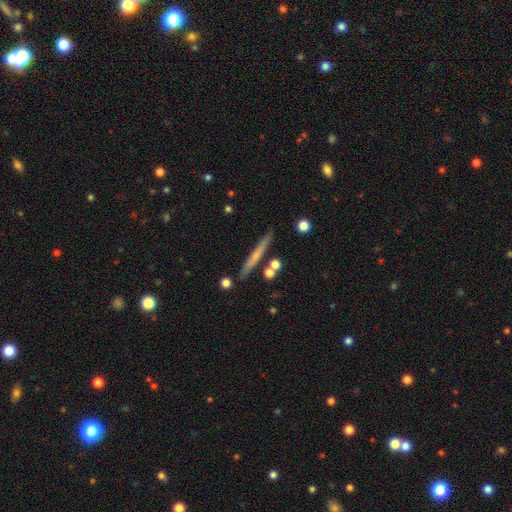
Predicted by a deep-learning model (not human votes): Morphology: type=smooth (53%); roundness=cigar-shaped (95%); merging=none (85%).